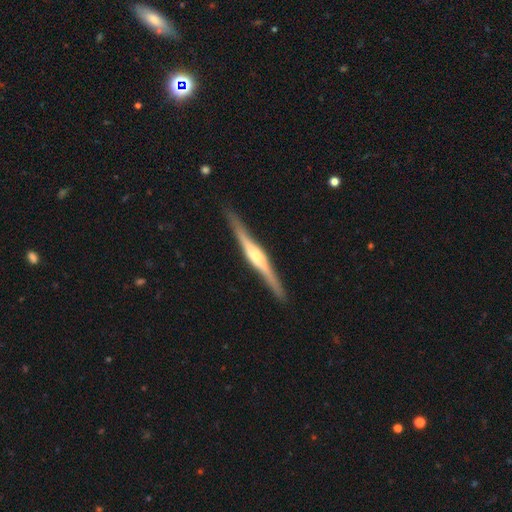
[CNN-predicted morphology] Smooth or featured?
  - featured or disk: 82% *
  - smooth: 13%
  - star or artifact: 5%
Edge-on disk?
  - yes: 98% *
  - no: 2%
Edge-on bulge?
  - rounded: 79% *
  - boxy: 14%
  - none: 6%
Merging?
  - none: 90% *
  - minor disturbance: 7%
  - major disturbance: 1%
  - merger: 1%